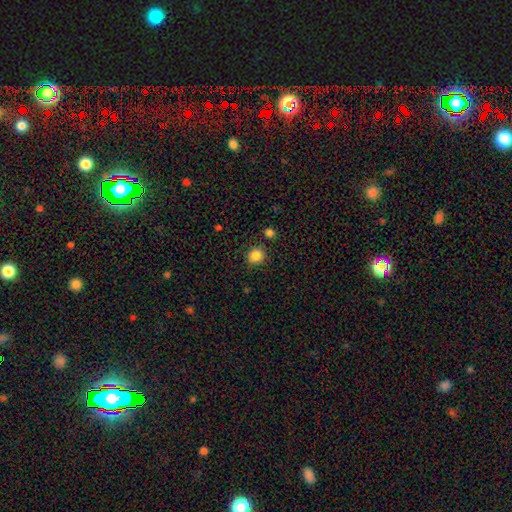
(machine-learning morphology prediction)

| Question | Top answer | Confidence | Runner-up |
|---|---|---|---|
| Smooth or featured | smooth | 85% | star or artifact (11%) |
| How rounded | round | 88% | in between (11%) |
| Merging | none | 86% | minor disturbance (8%) |